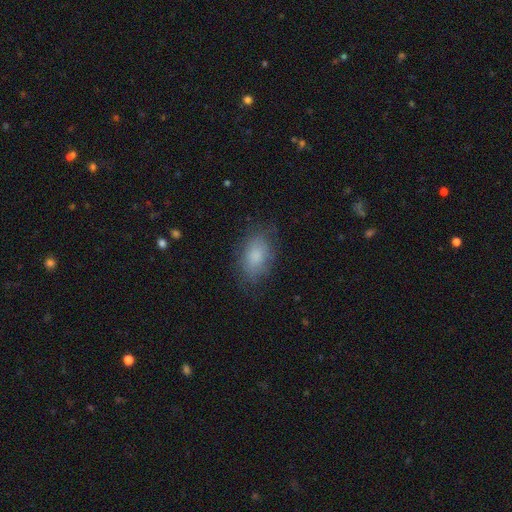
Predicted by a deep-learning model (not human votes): Smooth or featured: smooth — 80% (featured or disk — 13%)
How rounded: in between — 90% (round — 8%)
Merging: none — 74% (minor disturbance — 18%)